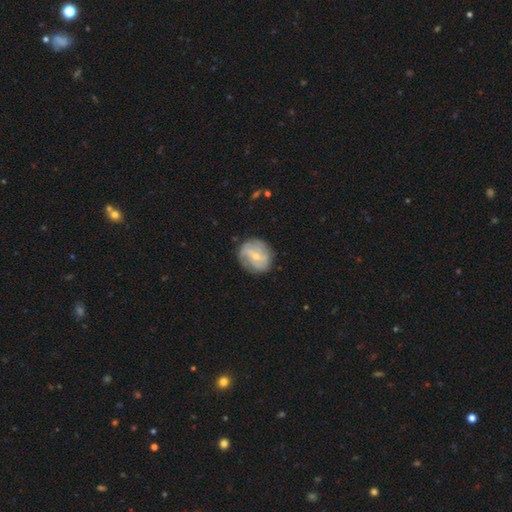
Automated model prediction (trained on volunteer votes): Morphology: type=featured or disk (68%); edge-on=no (97%); bar=weak (46%); spiral arms=yes (81%); winding=tight (45%); arm count=can't tell (36%); bulge=small (62%); merging=none (77%).